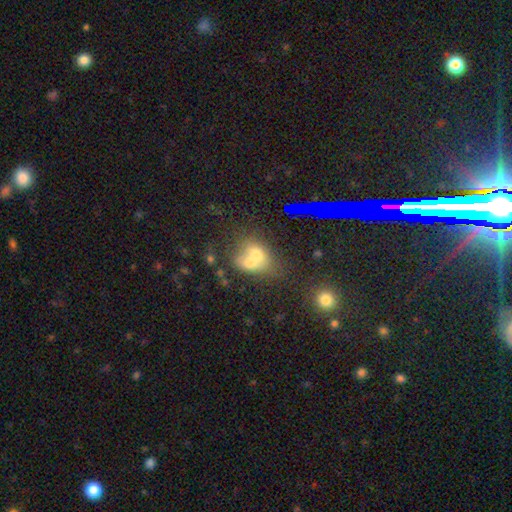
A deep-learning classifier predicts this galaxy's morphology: smooth-or-featured: smooth: 60% | featured or disk: 25% | star or artifact: 15%
  how-rounded: in between: 53% | round: 45% | cigar-shaped: 2%
  merging: merger: 66% | none: 22% | minor disturbance: 8% | major disturbance: 5%